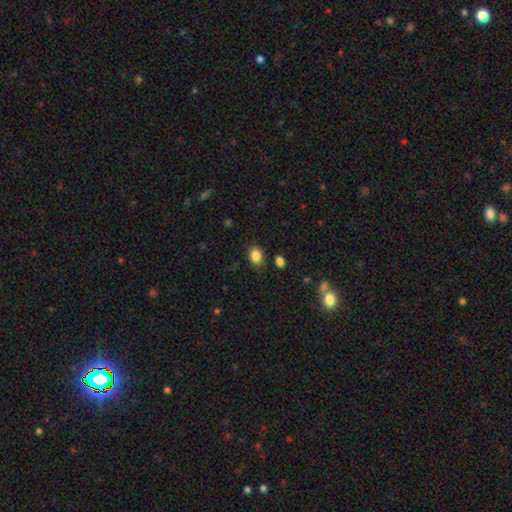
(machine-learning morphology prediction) Q: Smooth or featured?
A: smooth (85%); runner-up: star or artifact (10%)
Q: How rounded?
A: in between (68%); runner-up: round (31%)
Q: Merging?
A: none (81%); runner-up: minor disturbance (13%)